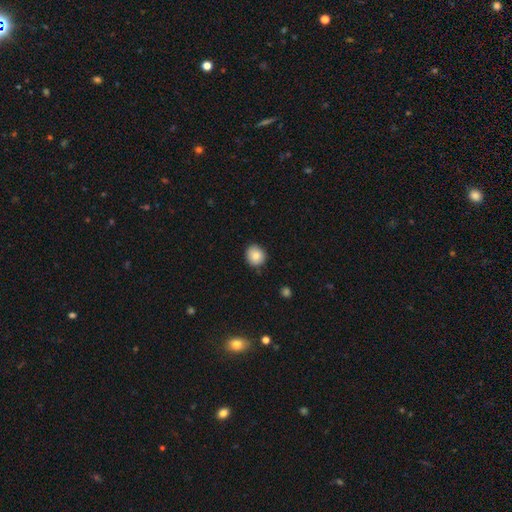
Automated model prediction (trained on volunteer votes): This appears to be a smooth galaxy with no disk features (84%) that is round (88%). Merging: none (85%).